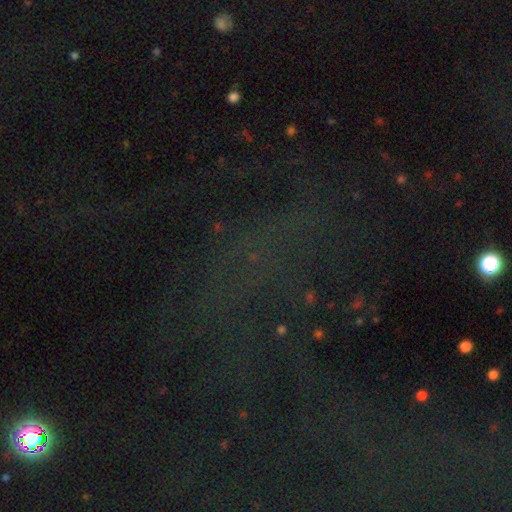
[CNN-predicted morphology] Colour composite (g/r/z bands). It shows a star or artifact, not a galaxy (65%).